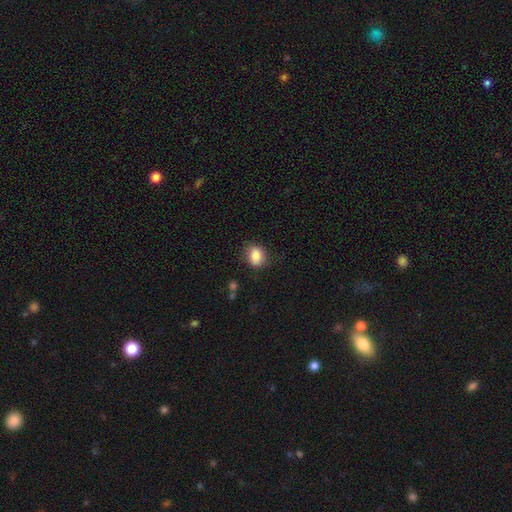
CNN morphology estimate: Smooth or featured?
  - smooth: 83% *
  - featured or disk: 9%
  - star or artifact: 9%
How rounded?
  - round: 51% *
  - in between: 48%
  - cigar-shaped: 1%
Merging?
  - none: 79% *
  - minor disturbance: 16%
  - major disturbance: 4%
  - merger: 1%